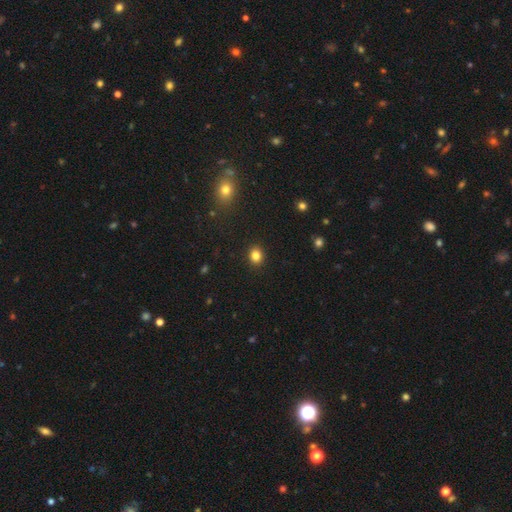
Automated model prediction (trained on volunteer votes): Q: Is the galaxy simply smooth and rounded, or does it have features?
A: smooth — 84%.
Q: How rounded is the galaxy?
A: round — 68%.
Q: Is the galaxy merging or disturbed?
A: none — 91%.